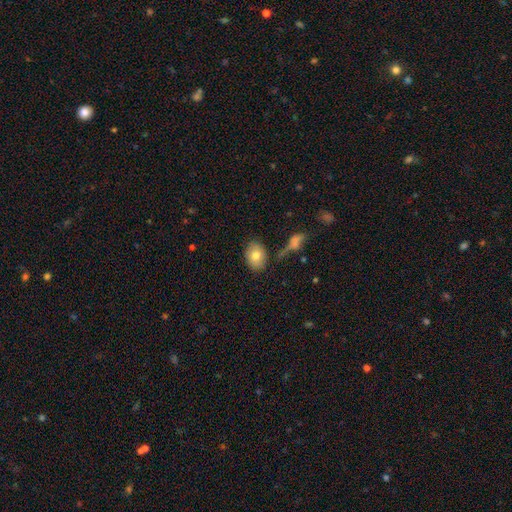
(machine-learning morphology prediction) The model was most divided on "how rounded": in between: 66%, round: 33%, cigar-shaped: 1%. More confident: smooth or featured — smooth (79%); merging — none (77%).